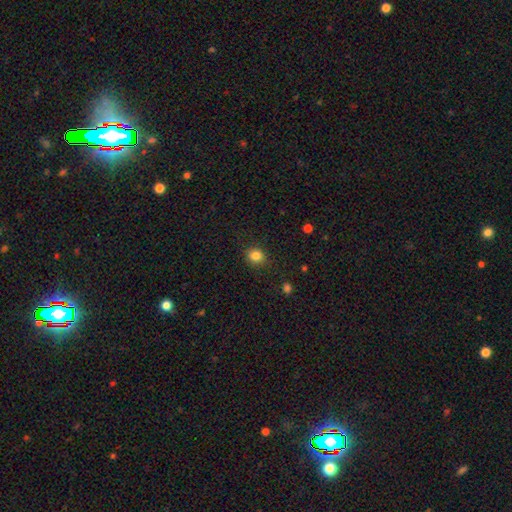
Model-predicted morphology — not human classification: smooth_or_featured: smooth (p=0.84) [alt: star or artifact p=0.11]
how_rounded: round (p=0.78) [alt: in between p=0.21]
merging: none (p=0.88) [alt: minor disturbance p=0.09]